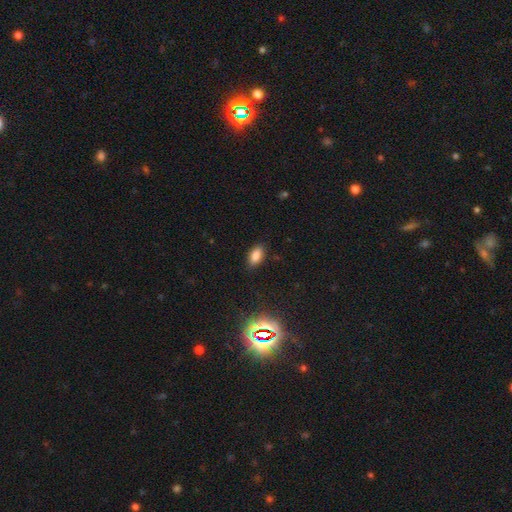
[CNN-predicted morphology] This appears to be a smooth galaxy with no disk features (82%) that is in between round and cigar-shaped (89%). Merging: none (86%).